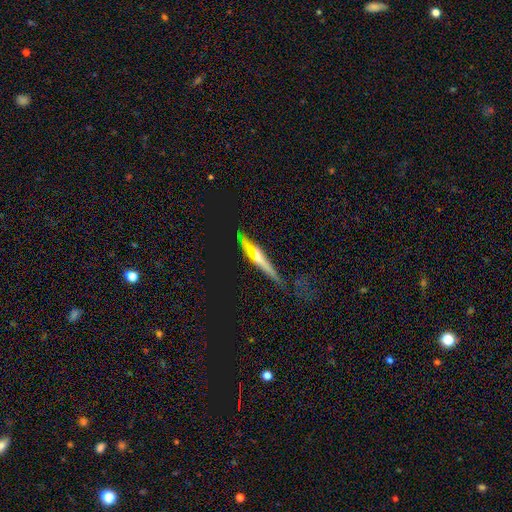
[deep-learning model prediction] A featured or disk galaxy (43%). Merging: none (62%).